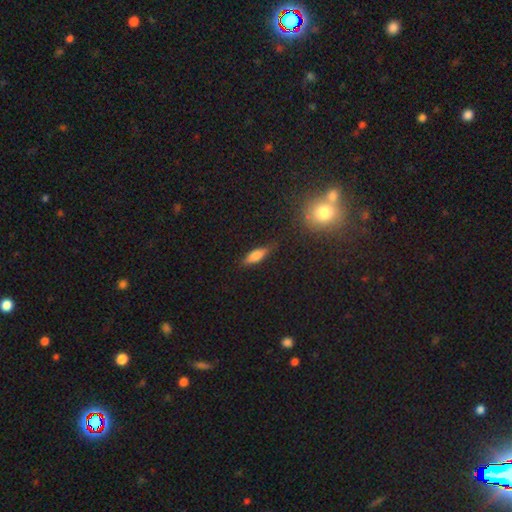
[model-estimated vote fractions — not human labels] A smooth galaxy with no disk features (75%) that is in between round and cigar-shaped (55%). Merging: none (78%).